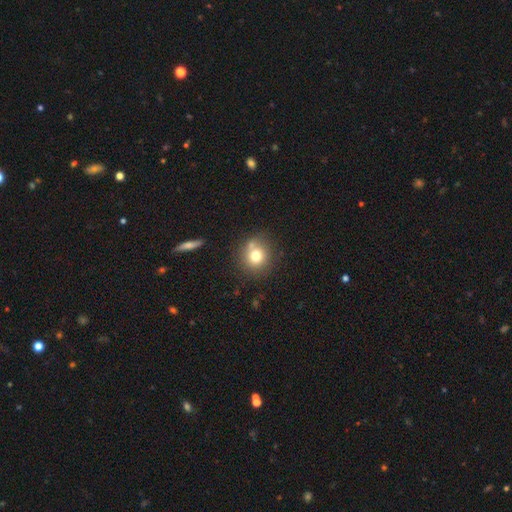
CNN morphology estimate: A smooth galaxy with no disk features (74%) that is round (87%). Merging: none (69%).